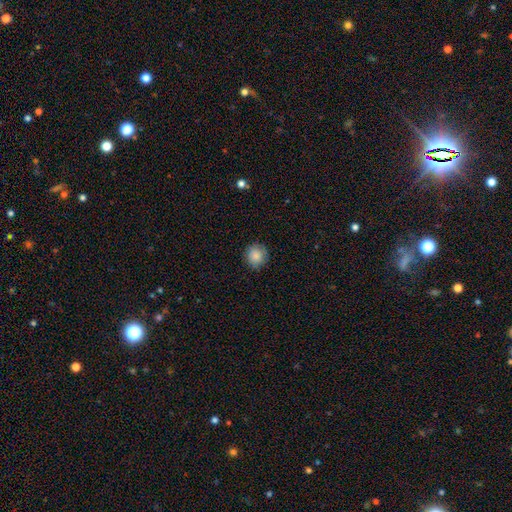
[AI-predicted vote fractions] smooth 87%, star or artifact 8%, featured or disk 5%. Down the decision tree: how rounded — round (91%); merging — none (87%).